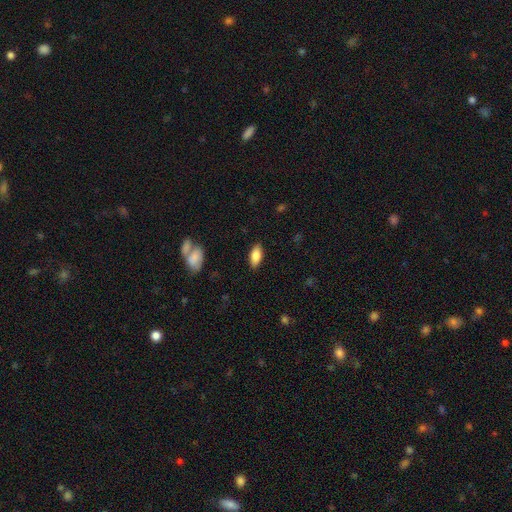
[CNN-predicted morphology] type=smooth (84%); roundness=in between (87%); merging=none (87%).